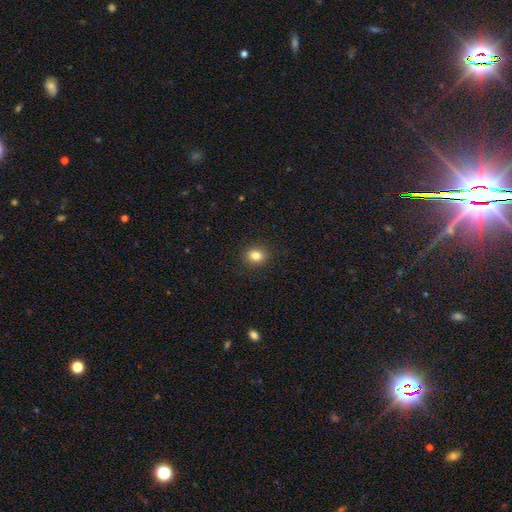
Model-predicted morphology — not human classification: Smooth or featured?
  - smooth: 83% *
  - star or artifact: 11%
  - featured or disk: 6%
How rounded?
  - round: 67% *
  - in between: 32%
  - cigar-shaped: 1%
Merging?
  - none: 90% *
  - minor disturbance: 7%
  - major disturbance: 2%
  - merger: 1%